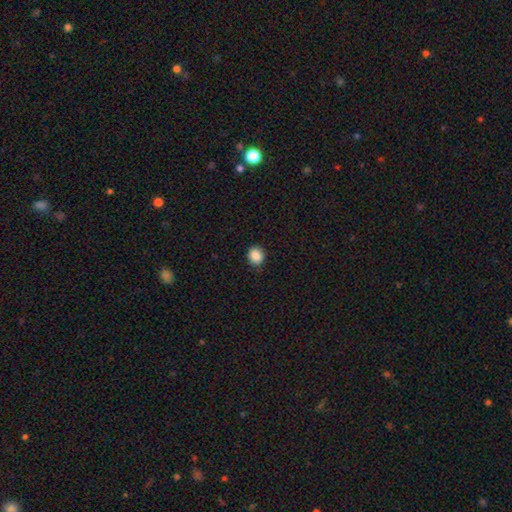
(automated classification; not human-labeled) The model was most divided on "how rounded": round: 75%, in between: 24%, cigar-shaped: 1%. More confident: merging — none (89%); smooth or featured — smooth (88%).